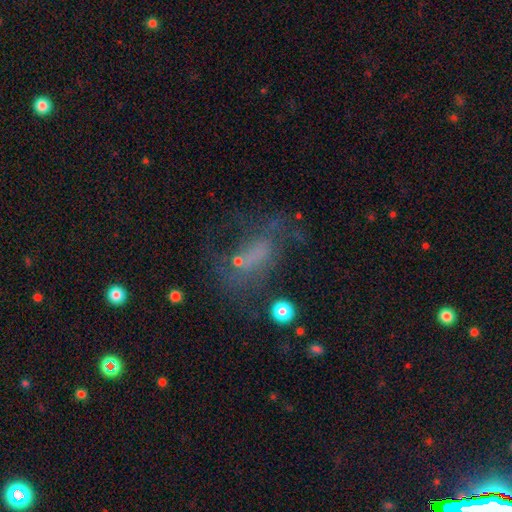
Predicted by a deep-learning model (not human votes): Q: Smooth or featured?
A: featured or disk (43%); runner-up: smooth (37%)
Q: Merging?
A: none (41%); runner-up: major disturbance (33%)